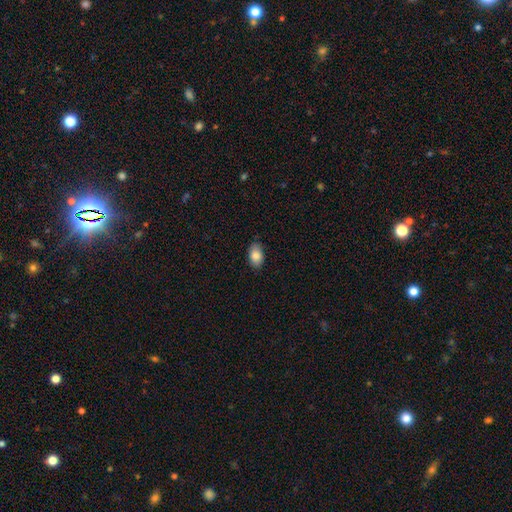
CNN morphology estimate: This is clearly a smooth galaxy (85%). How rounded: clearly in between (92%). Merging: clearly none (85%).